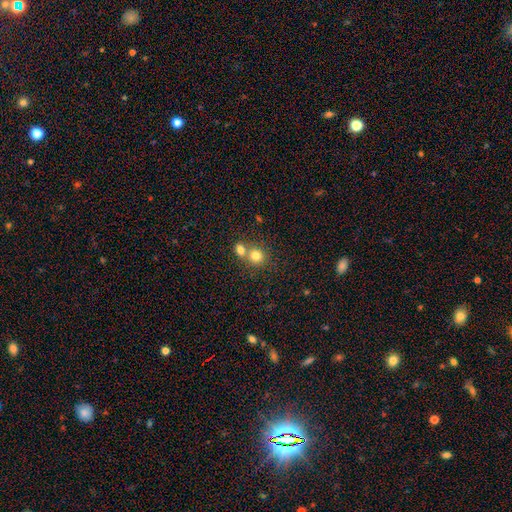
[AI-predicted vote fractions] Smooth or featured? Predicted: smooth (p=0.79). How rounded? Predicted: round (p=0.84). Merging? Predicted: none (p=0.46, tied with merger).